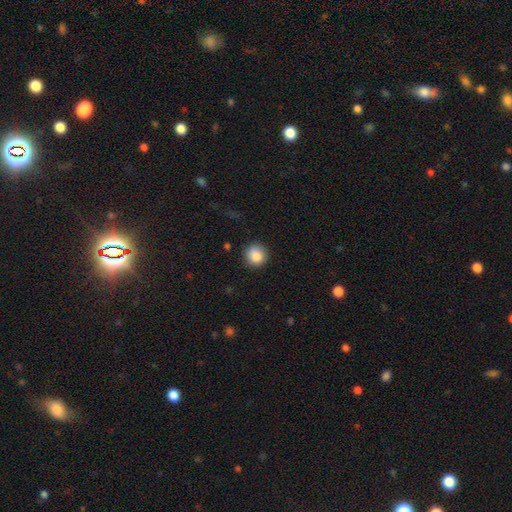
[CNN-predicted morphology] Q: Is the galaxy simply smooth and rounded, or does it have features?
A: smooth — 87%.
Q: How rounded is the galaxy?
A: round — 90%.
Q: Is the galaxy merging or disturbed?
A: none — 88%.